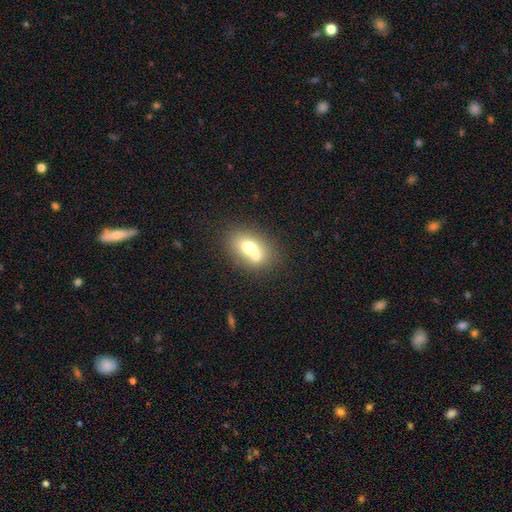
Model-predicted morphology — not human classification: smooth 66%, featured or disk 24%, star or artifact 10%. Down the decision tree: how rounded — in between (70%); merging — merger (45%).